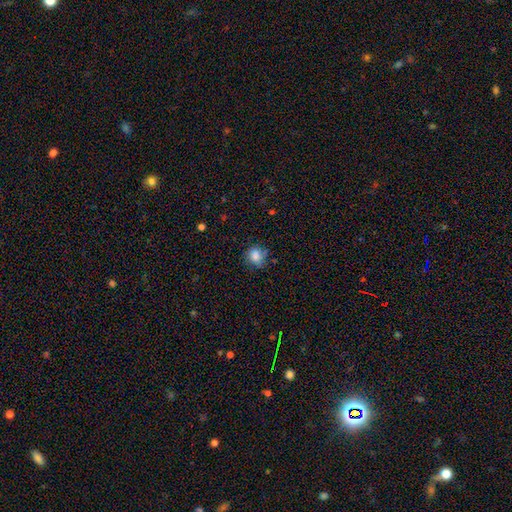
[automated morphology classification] Smooth or featured? Predicted: smooth (p=0.84). How rounded? Predicted: round (p=0.71). Merging? Predicted: none (p=0.68).